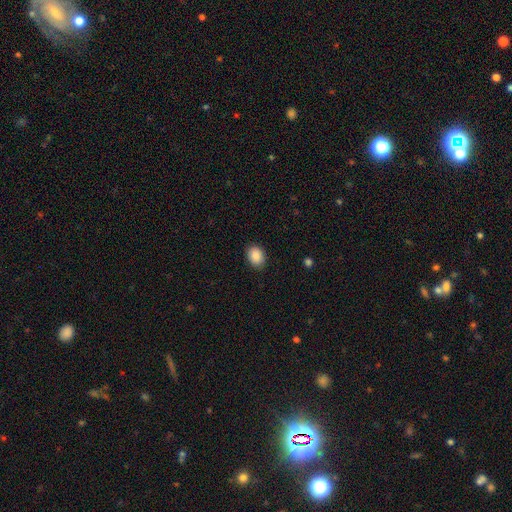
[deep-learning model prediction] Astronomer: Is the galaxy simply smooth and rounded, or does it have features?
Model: smooth — 89%.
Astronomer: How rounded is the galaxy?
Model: in between — 66%.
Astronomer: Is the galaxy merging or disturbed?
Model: none — 89%.